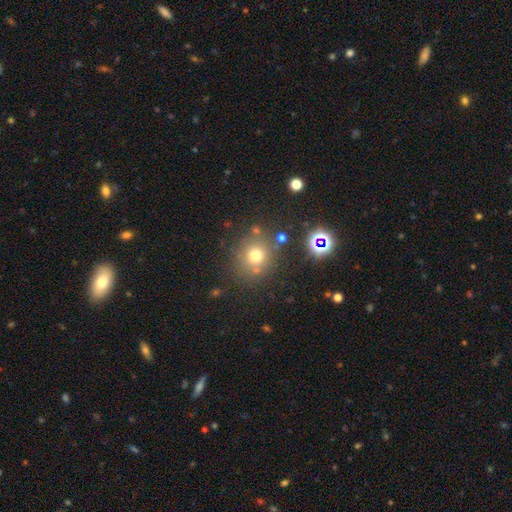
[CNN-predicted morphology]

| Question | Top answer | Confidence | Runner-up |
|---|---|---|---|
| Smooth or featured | smooth | 69% | star or artifact (20%) |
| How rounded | round | 87% | in between (12%) |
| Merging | none | 77% | minor disturbance (11%) |